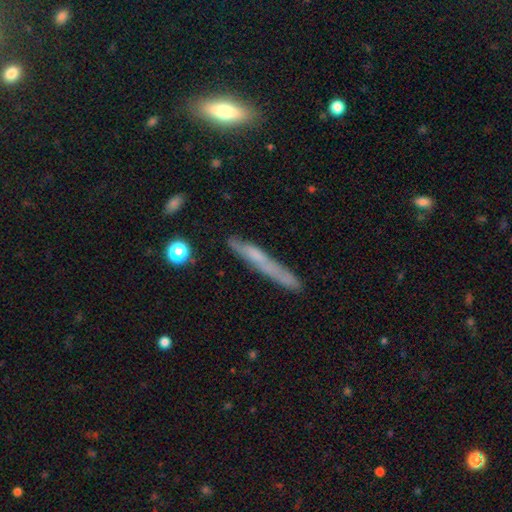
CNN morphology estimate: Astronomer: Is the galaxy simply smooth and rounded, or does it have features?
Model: smooth — 52% (runner-up: featured or disk, 40%).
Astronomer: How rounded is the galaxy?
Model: cigar-shaped — 95%.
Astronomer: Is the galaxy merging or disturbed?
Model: none — 69%.